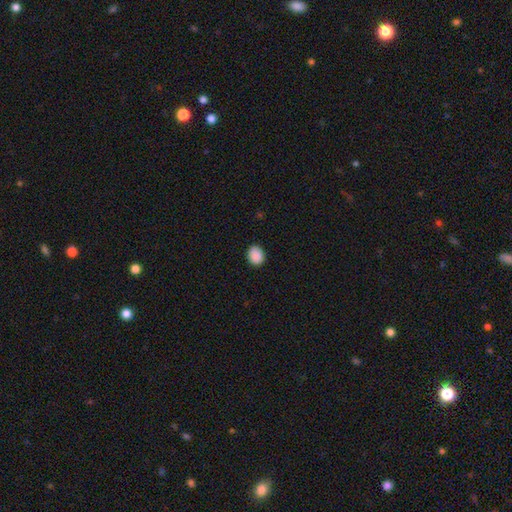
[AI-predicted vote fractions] Smooth or featured? smooth (89%)
How rounded? round (53%)
Merging? none (83%)